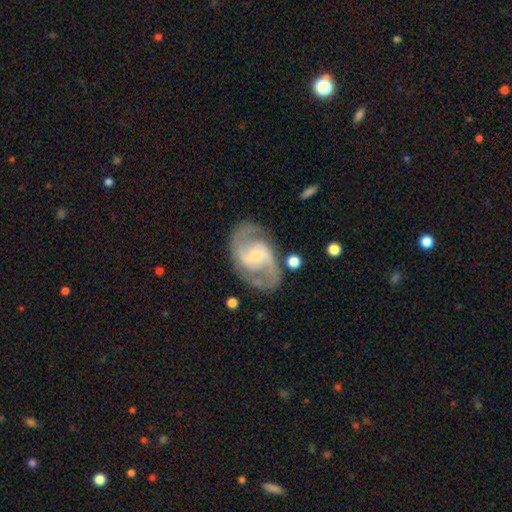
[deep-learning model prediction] Smooth or featured? Predicted: featured or disk (p=0.89). Edge-on disk? Predicted: no (p=0.98). Bar? Predicted: weak (p=0.50). Spiral arms? Predicted: yes (p=0.97). Spiral winding? Predicted: medium (p=0.60). Spiral arm count? Predicted: 2 (p=0.91). Bulge size? Predicted: small (p=0.55). Merging? Predicted: none (p=0.77).